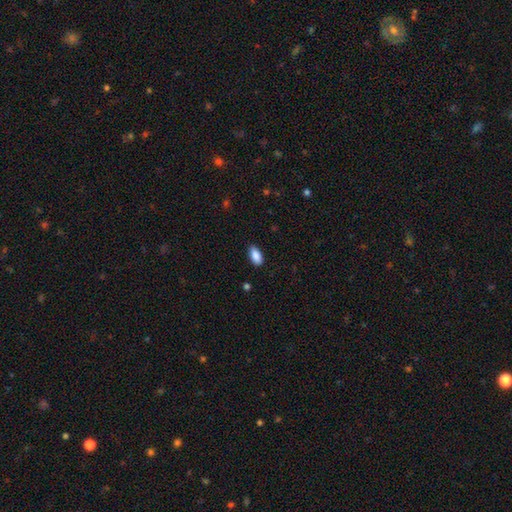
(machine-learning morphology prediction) Smooth or featured? Predicted: smooth (p=0.89). How rounded? Predicted: in between (p=0.91). Merging? Predicted: none (p=0.87).